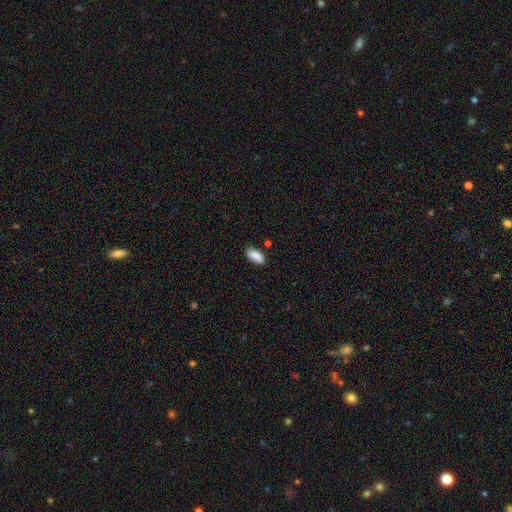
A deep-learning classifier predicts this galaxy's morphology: smooth_or_featured: smooth (p=0.86) [alt: featured or disk p=0.07]
how_rounded: in between (p=0.87) [alt: cigar-shaped p=0.11]
merging: none (p=0.75) [alt: minor disturbance p=0.18]